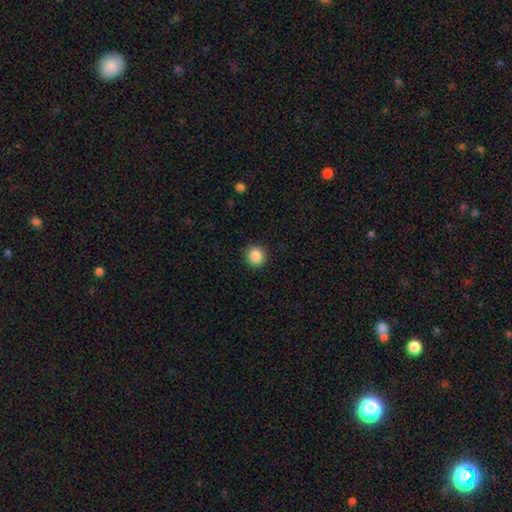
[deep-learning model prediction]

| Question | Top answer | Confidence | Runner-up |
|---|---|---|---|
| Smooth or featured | smooth | 87% | star or artifact (9%) |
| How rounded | round | 91% | in between (8%) |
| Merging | none | 91% | minor disturbance (6%) |